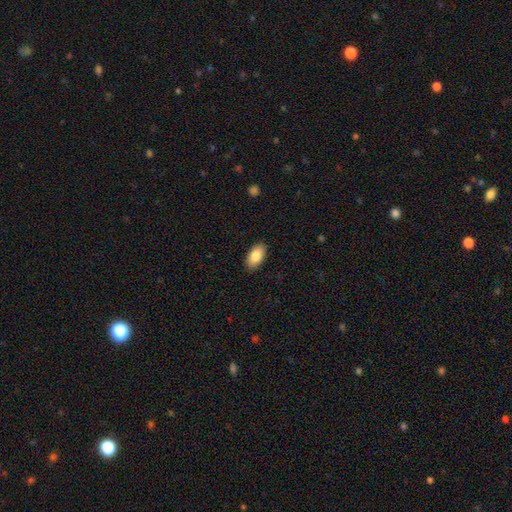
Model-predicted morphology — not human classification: Smooth or featured? smooth (85%)
How rounded? in between (94%)
Merging? none (88%)